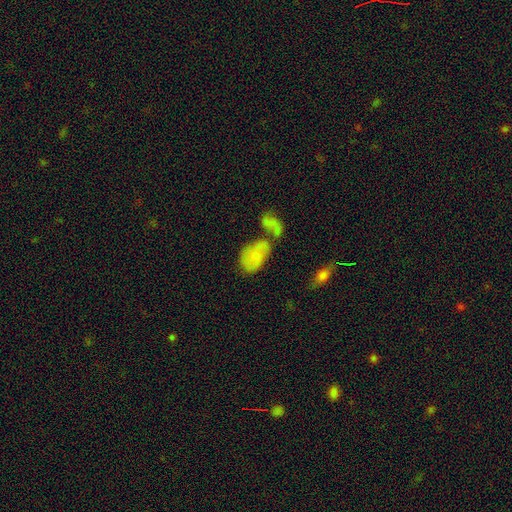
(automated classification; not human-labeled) A smooth galaxy with no disk features (67%) that is in between round and cigar-shaped (88%). Merging: merger (42%).